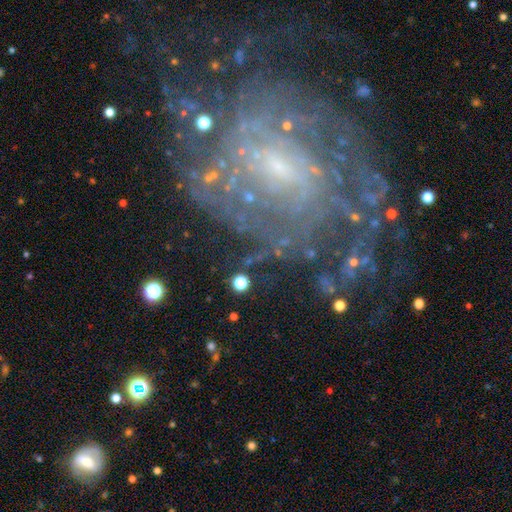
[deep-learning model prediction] smooth_or_featured: featured or disk (p=0.82) [alt: star or artifact p=0.10]
disk_edge_on: no (p=0.97) [alt: yes p=0.03]
bar: weak (p=0.44) [tied with: no p=0.44]
has_spiral_arms: yes (p=0.89) [alt: no p=0.11]
spiral_winding: tight (p=0.62) [alt: medium p=0.28]
spiral_arm_count: can't tell (p=0.48) [alt: 2 p=0.13]
bulge_size: small (p=0.69) [alt: moderate p=0.18]
merging: none (p=0.66) [alt: minor disturbance p=0.17]